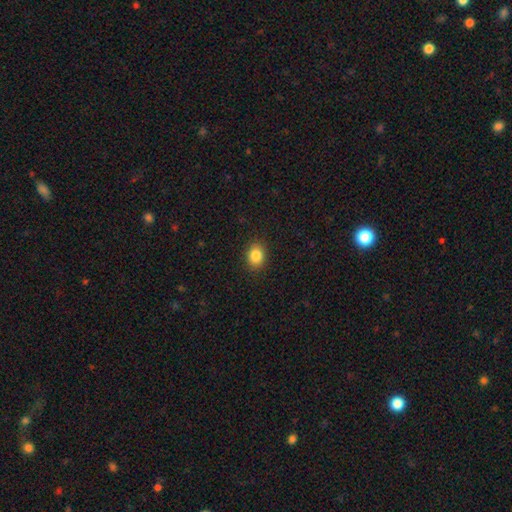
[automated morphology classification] This is clearly a smooth galaxy (85%). How rounded: possibly in between (50%). Merging: clearly none (90%).